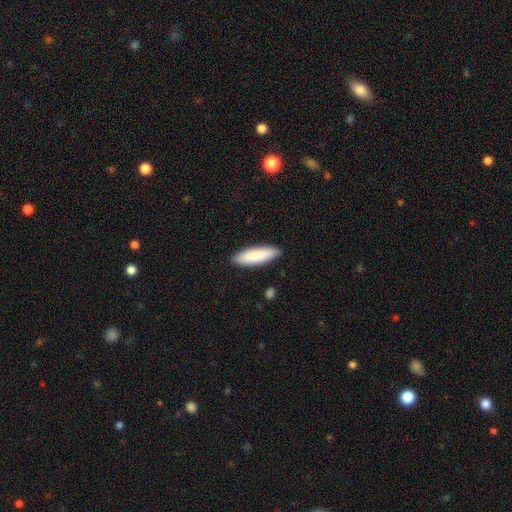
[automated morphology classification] Smooth or featured: smooth — 85% (featured or disk — 10%)
How rounded: cigar-shaped — 52% (in between — 47%)
Merging: none — 89% (minor disturbance — 8%)